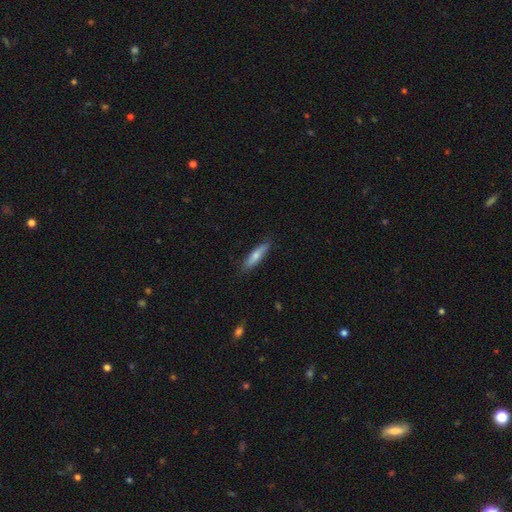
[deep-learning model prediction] The model was most divided on "smooth or featured": smooth: 68%, featured or disk: 26%, star or artifact: 6%. More confident: merging — none (84%); how rounded — cigar-shaped (77%).